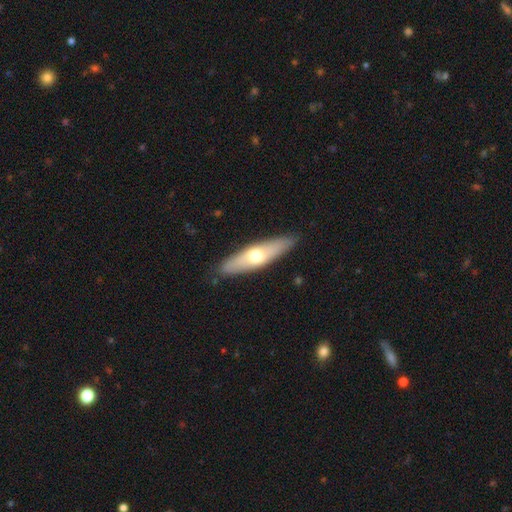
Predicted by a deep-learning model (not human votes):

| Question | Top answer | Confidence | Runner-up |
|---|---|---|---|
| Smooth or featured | smooth | 51% | featured or disk (44%) |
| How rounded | cigar-shaped | 67% | in between (31%) |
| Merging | none | 88% | minor disturbance (9%) |